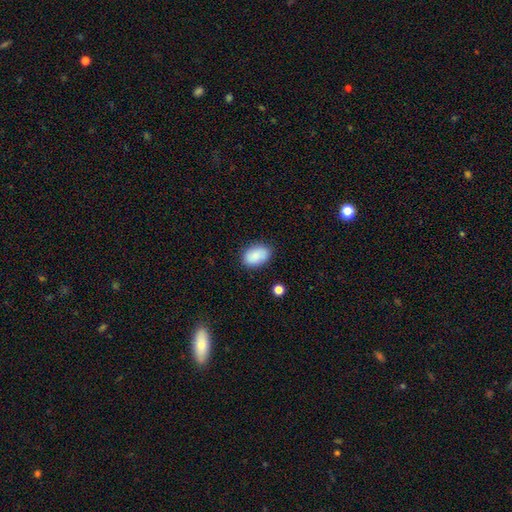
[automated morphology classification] smooth-or-featured: smooth: 87% | star or artifact: 7% | featured or disk: 6%
  how-rounded: in between: 89% | round: 10% | cigar-shaped: 1%
  merging: none: 82% | minor disturbance: 14% | major disturbance: 3% | merger: 2%